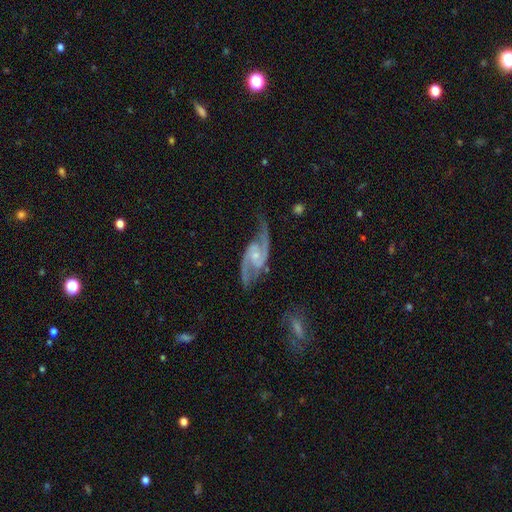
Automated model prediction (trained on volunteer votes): Smooth or featured?
  - featured or disk: 92% *
  - star or artifact: 4%
  - smooth: 4%
Edge-on disk?
  - no: 97% *
  - yes: 3%
Bar?
  - no: 46% *
  - weak: 42%
  - strong: 12%
Spiral arms?
  - yes: 98% *
  - no: 2%
Spiral winding?
  - medium: 54% *
  - loose: 32%
  - tight: 15%
Spiral arm count?
  - 2: 93% *
  - can't tell: 2%
  - 3: 2%
  - 1: 1%
  - 4: 1%
  - more than 4: 1%
Bulge size?
  - small: 63% *
  - moderate: 28%
  - none: 6%
  - large: 2%
  - dominant: 1%
Merging?
  - none: 71% *
  - minor disturbance: 18%
  - major disturbance: 8%
  - merger: 2%